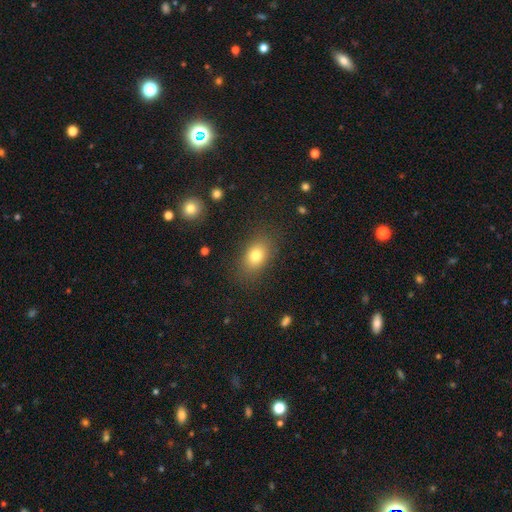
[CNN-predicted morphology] Smooth or featured? smooth (78%)
How rounded? in between (78%)
Merging? none (83%)